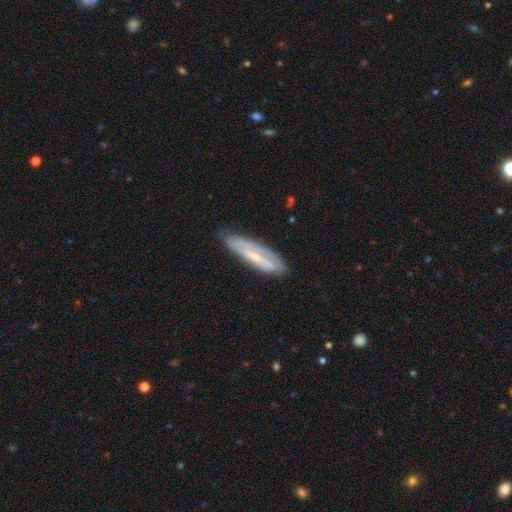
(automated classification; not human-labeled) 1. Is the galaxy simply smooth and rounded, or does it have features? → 60% featured or disk, 32% smooth, 7% star or artifact.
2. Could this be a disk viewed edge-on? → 62% no, 38% yes.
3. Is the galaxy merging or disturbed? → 70% none, 22% minor disturbance, 6% major disturbance, 2% merger.